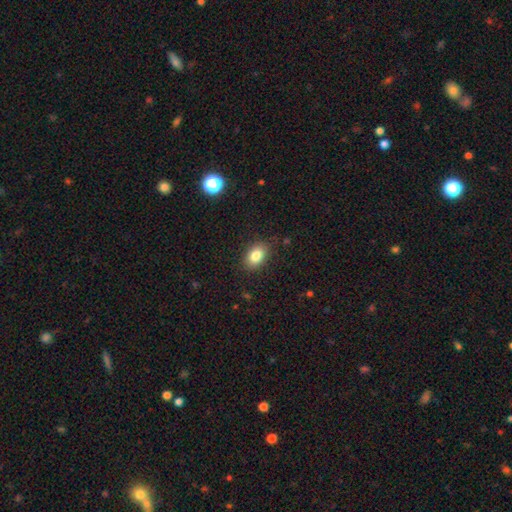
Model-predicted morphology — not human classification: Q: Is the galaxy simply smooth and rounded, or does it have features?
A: smooth — 84%.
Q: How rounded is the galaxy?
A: in between — 83%.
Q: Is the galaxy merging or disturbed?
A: none — 86%.